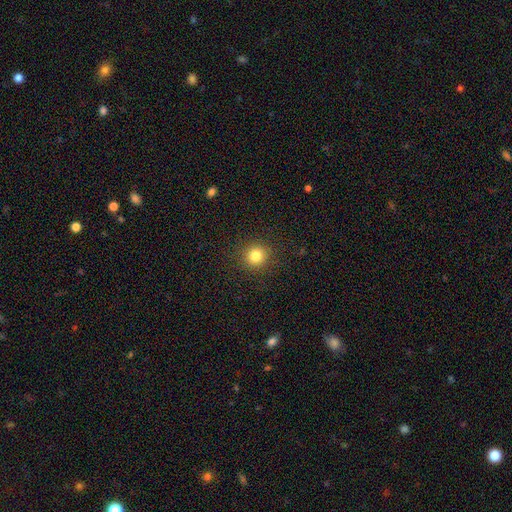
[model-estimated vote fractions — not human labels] Smooth or featured? Predicted: smooth (p=0.81). How rounded? Predicted: round (p=0.91). Merging? Predicted: none (p=0.91).